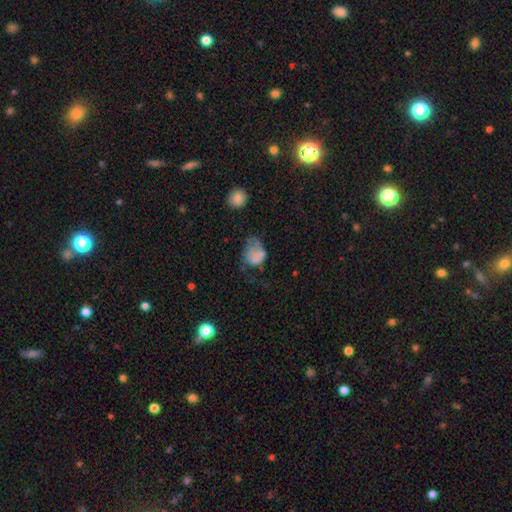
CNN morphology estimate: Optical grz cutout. It shows a smooth galaxy with no disk features (61%) that is in between round and cigar-shaped (60%). Merging: major disturbance (41%).